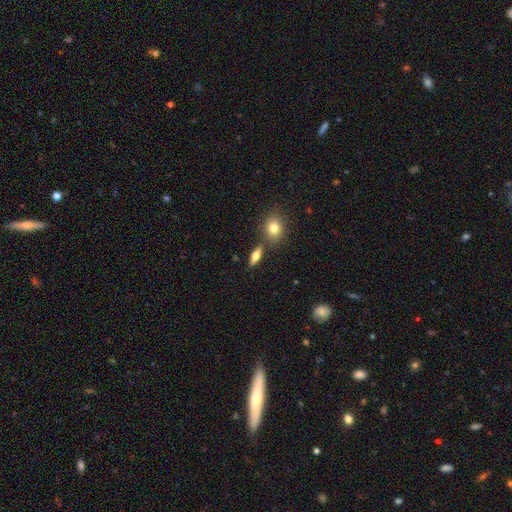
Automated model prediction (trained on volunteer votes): Smooth or featured?
  - smooth: 59% *
  - featured or disk: 33%
  - star or artifact: 9%
How rounded?
  - in between: 61% *
  - cigar-shaped: 30%
  - round: 9%
Merging?
  - none: 76% *
  - minor disturbance: 11%
  - merger: 10%
  - major disturbance: 3%